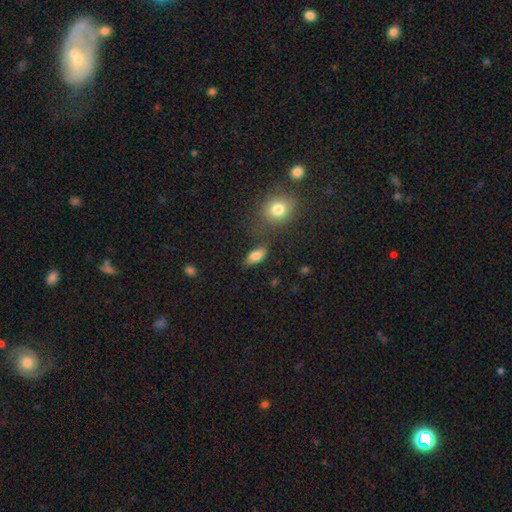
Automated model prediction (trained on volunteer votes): Smooth or featured: smooth — 82% (star or artifact — 9%)
How rounded: in between — 86% (cigar-shaped — 8%)
Merging: none — 69% (minor disturbance — 17%)